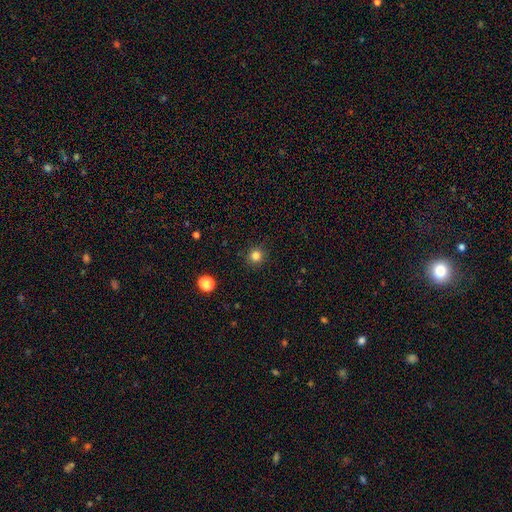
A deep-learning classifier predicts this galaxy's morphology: Smooth or featured: smooth — 82% (star or artifact — 13%)
How rounded: round — 93% (in between — 6%)
Merging: none — 91% (minor disturbance — 6%)